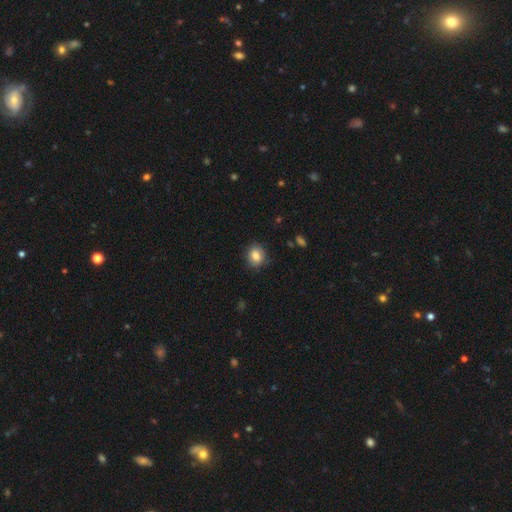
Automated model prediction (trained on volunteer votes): Q: Smooth or featured?
A: smooth (83%); runner-up: star or artifact (9%)
Q: How rounded?
A: round (64%); runner-up: in between (35%)
Q: Merging?
A: none (83%); runner-up: minor disturbance (13%)